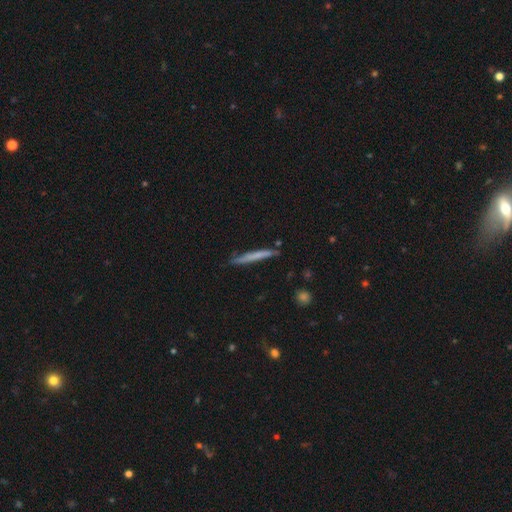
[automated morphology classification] Smooth or featured? Predicted: smooth (p=0.56). How rounded? Predicted: cigar-shaped (p=0.96). Merging? Predicted: none (p=0.79).